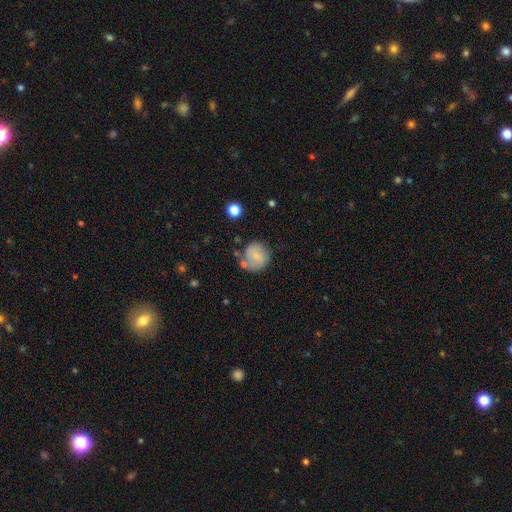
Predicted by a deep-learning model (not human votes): Overall: smooth (61%; featured or disk 30%). How rounded: round (88%). Merging: none (63%).